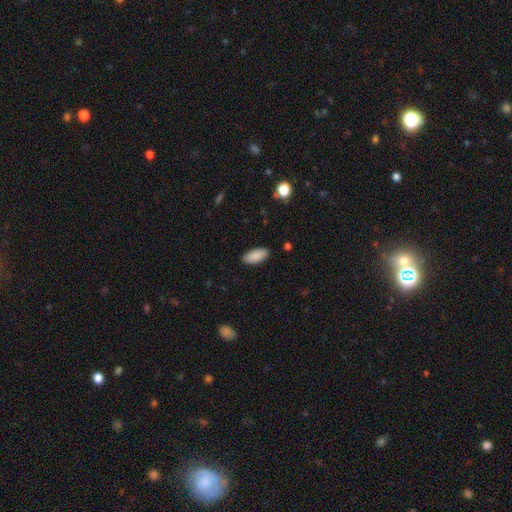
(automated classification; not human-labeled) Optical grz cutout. It shows a smooth galaxy with no disk features (89%) that is in between round and cigar-shaped (89%). Merging: none (89%).